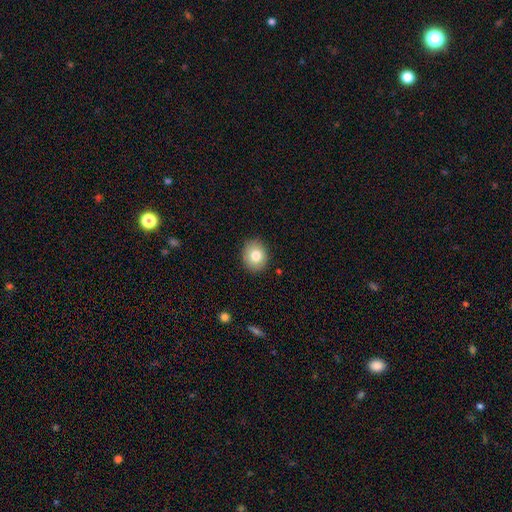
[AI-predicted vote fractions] This is likely a smooth galaxy (80%). How rounded: likely round (62%). Merging: clearly none (88%).